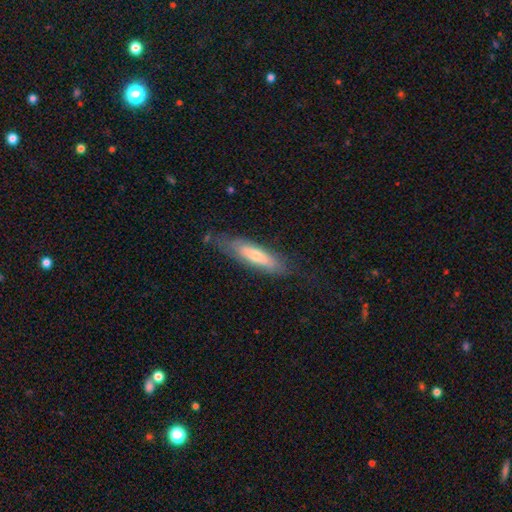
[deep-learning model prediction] smooth_or_featured: smooth (p=0.57) [alt: featured or disk p=0.37]
how_rounded: cigar-shaped (p=0.70) [alt: in between p=0.28]
merging: none (p=0.70) [alt: minor disturbance p=0.21]